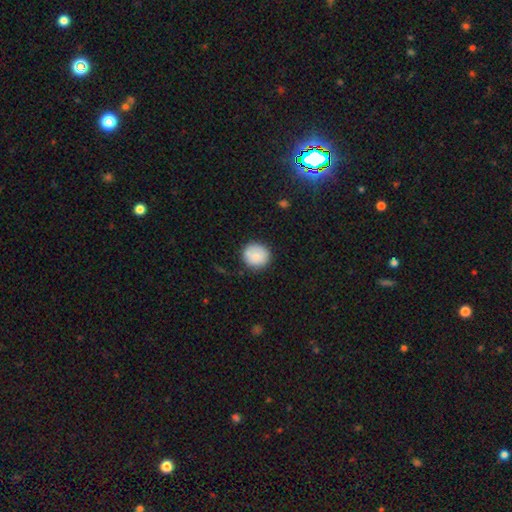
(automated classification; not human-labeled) A smooth galaxy with no disk features (85%) that is round (90%).

Vote fractions:
- Smooth or featured? smooth: 85% / star or artifact: 8% / featured or disk: 8%
- How rounded? round: 90% / in between: 9% / cigar-shaped: 1%
- Merging? none: 85% / minor disturbance: 11% / major disturbance: 3% / merger: 2%